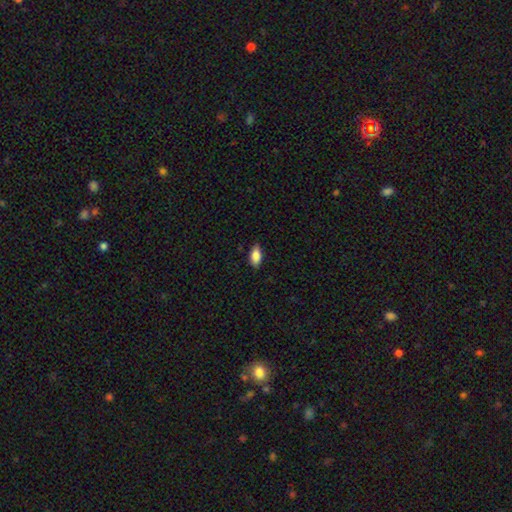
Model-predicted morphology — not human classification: Smooth or featured: smooth — 85% (featured or disk — 8%)
How rounded: in between — 91% (cigar-shaped — 6%)
Merging: none — 85% (minor disturbance — 12%)